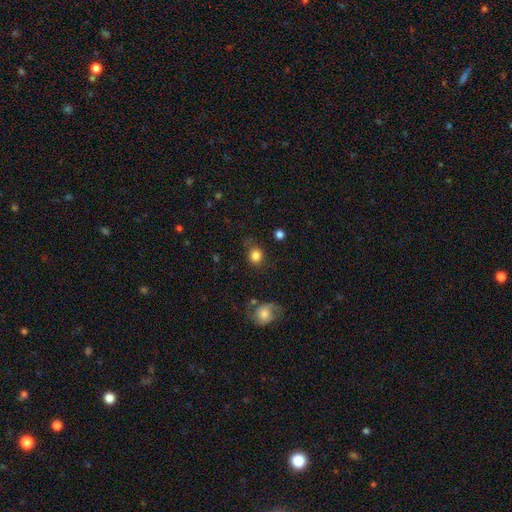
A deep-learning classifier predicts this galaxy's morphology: smooth 83%, star or artifact 9%, featured or disk 7%. Down the decision tree: how rounded — round (75%); merging — none (70%).